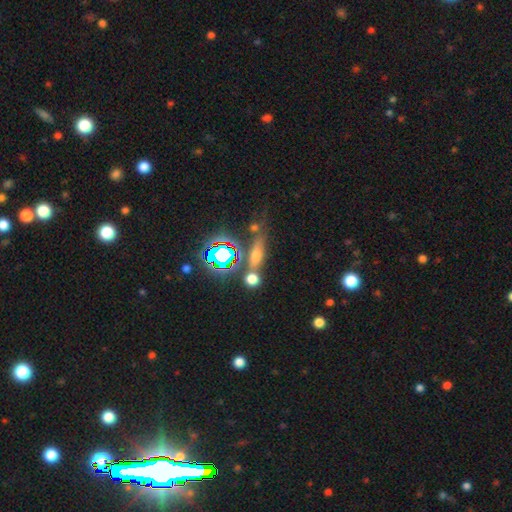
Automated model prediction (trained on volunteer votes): smooth_or_featured: smooth (p=0.48) [alt: star or artifact p=0.31]
merging: none (p=0.62) [alt: merger p=0.18]